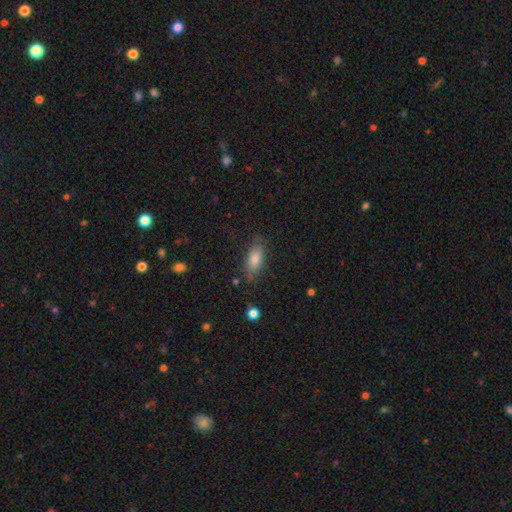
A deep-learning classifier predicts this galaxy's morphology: The model was most divided on "how rounded": in between: 73%, cigar-shaped: 22%, round: 4%. More confident: merging — none (82%); smooth or featured — smooth (69%).